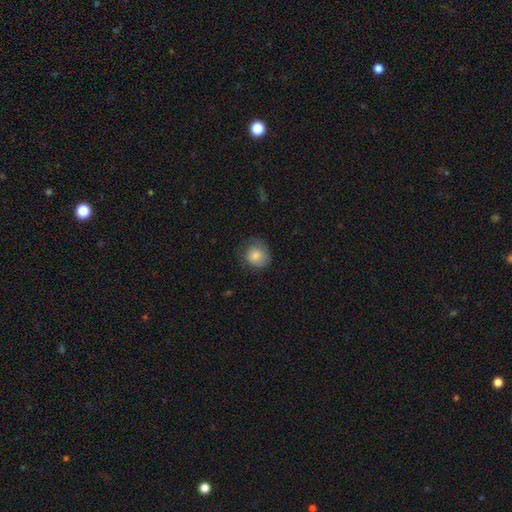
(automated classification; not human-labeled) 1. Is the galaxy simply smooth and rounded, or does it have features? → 82% smooth, 10% featured or disk, 8% star or artifact.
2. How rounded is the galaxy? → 78% round, 21% in between, 1% cigar-shaped.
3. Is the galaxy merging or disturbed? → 66% none, 24% minor disturbance, 9% major disturbance, 1% merger.